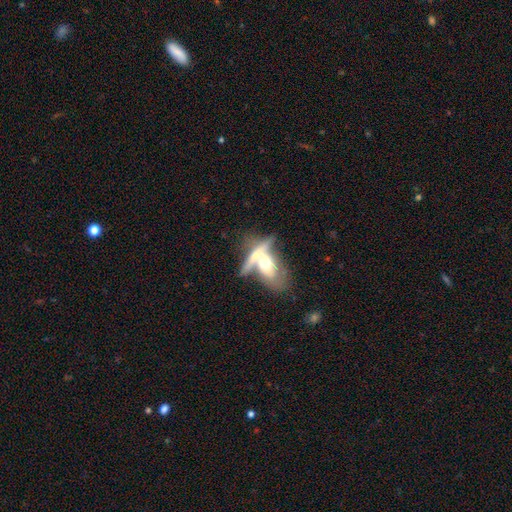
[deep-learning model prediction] Smooth or featured? Predicted: smooth (p=0.49). Merging? Predicted: merger (p=0.61).